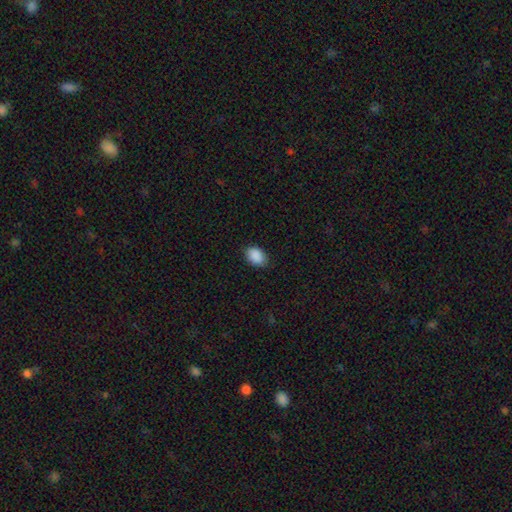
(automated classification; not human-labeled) Morphology: type=smooth (90%); roundness=in between (80%); merging=none (85%).